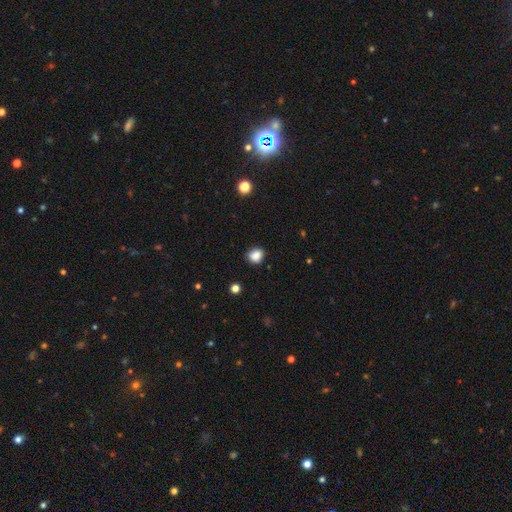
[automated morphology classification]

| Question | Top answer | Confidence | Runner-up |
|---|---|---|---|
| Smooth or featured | smooth | 86% | star or artifact (11%) |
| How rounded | round | 65% | in between (34%) |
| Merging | none | 83% | minor disturbance (13%) |